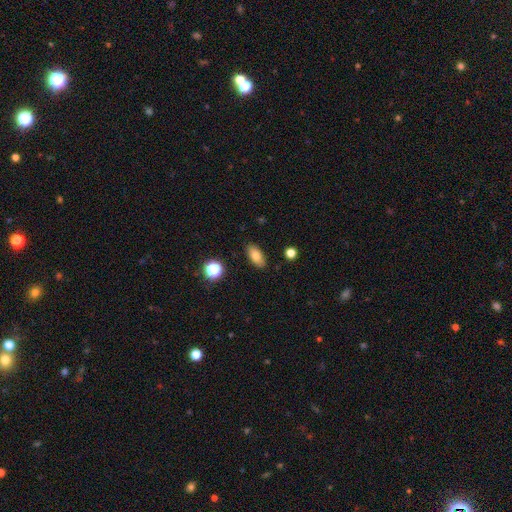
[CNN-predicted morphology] Smooth or featured? smooth (79%)
How rounded? in between (88%)
Merging? none (88%)